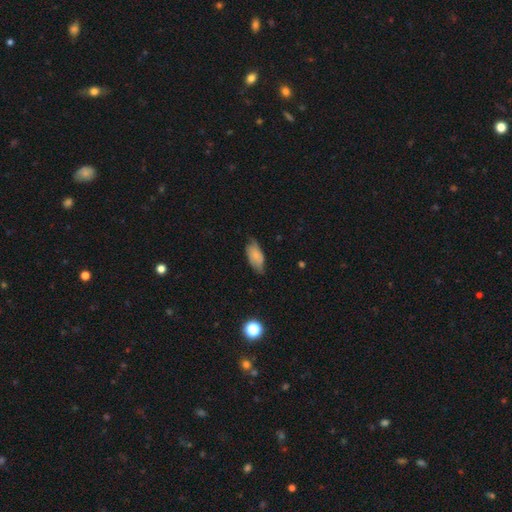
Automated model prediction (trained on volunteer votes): The model was most divided on "merging": none: 60%, minor disturbance: 31%, major disturbance: 7%, merger: 1%. More confident: how rounded — in between (90%); smooth or featured — smooth (71%).